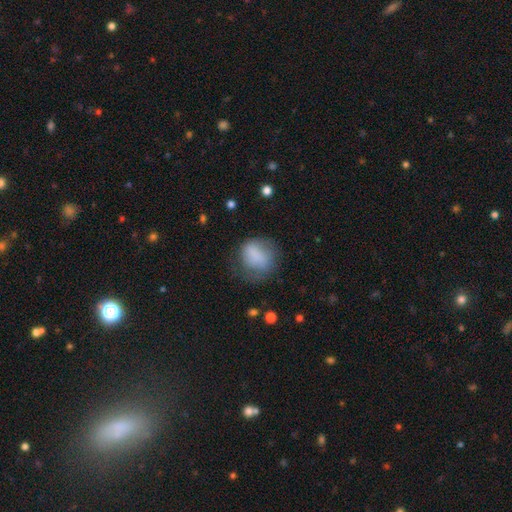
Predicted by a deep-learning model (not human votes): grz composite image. It shows a smooth galaxy with no disk features (78%) that is round (65%). Merging: none (48%).